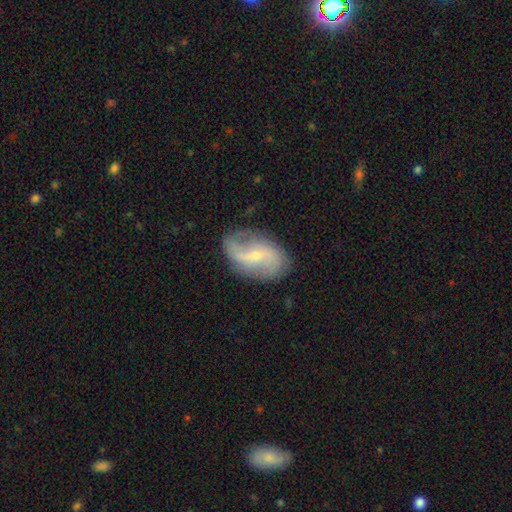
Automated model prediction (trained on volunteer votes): This is likely a featured or disk galaxy (79%). It is clearly not viewed edge-on (96%). Bar: possibly weak (47%). Spiral arm pattern: clearly yes (90%). Spiral arm count: clearly 2 (86%). Spiral winding: likely loose (68%). Central bulge: likely small (70%). Merging: likely none (73%).